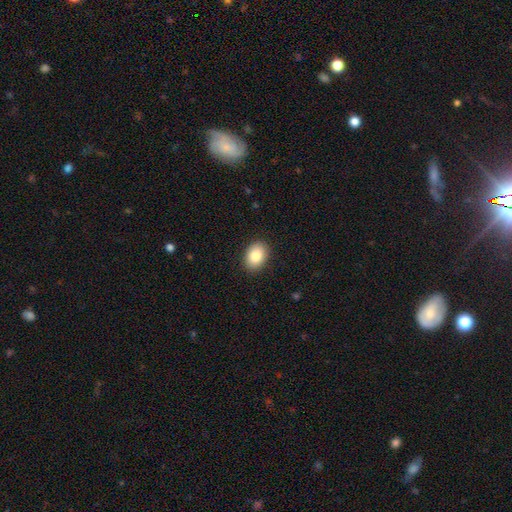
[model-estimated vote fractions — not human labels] Smooth or featured: smooth — 86% (star or artifact — 7%)
How rounded: in between — 77% (round — 22%)
Merging: none — 89% (minor disturbance — 8%)